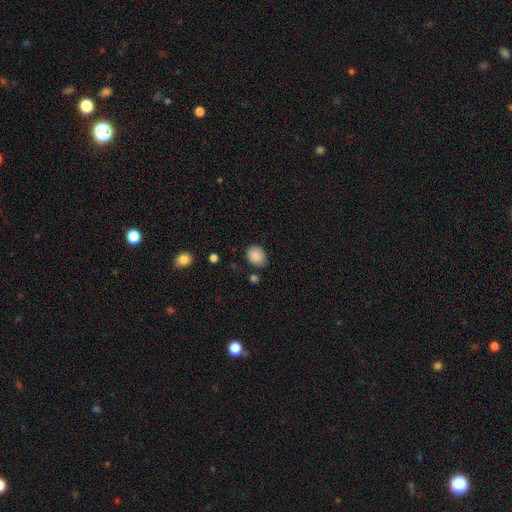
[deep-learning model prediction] Smooth or featured: smooth — 87% (star or artifact — 8%)
How rounded: round — 52% (in between — 47%)
Merging: none — 77% (minor disturbance — 16%)